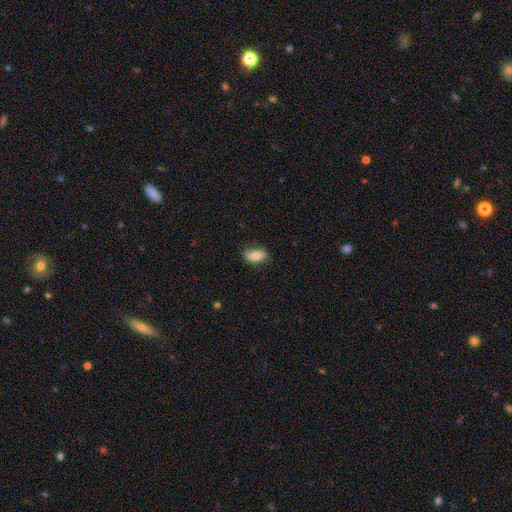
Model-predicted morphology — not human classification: type=smooth (72%); roundness=in between (90%); merging=none (72%).